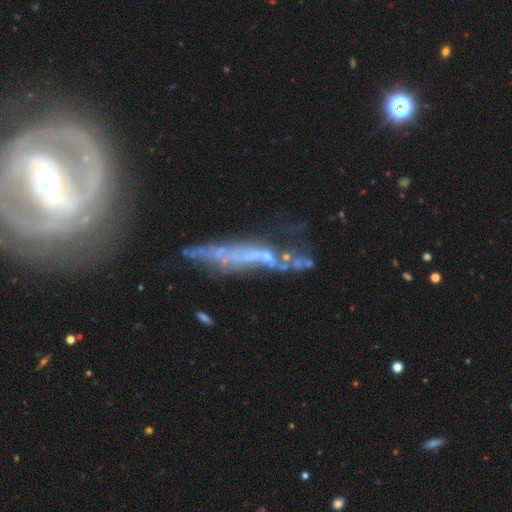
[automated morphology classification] featured or disk 61%, smooth 23%, star or artifact 15%. Down the decision tree: edge-on disk — no (54%); merging — none (34%).